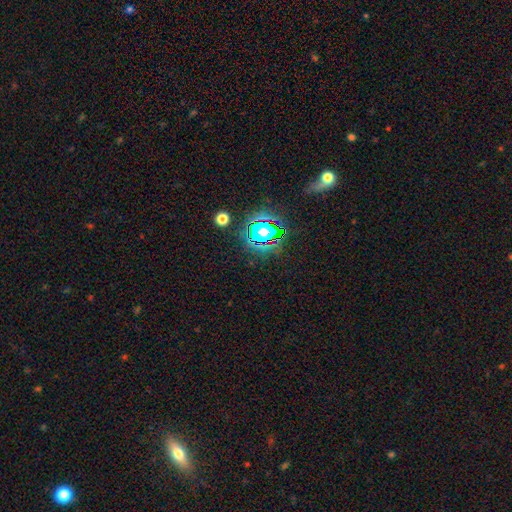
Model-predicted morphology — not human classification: A star or artifact, not a galaxy (73%).